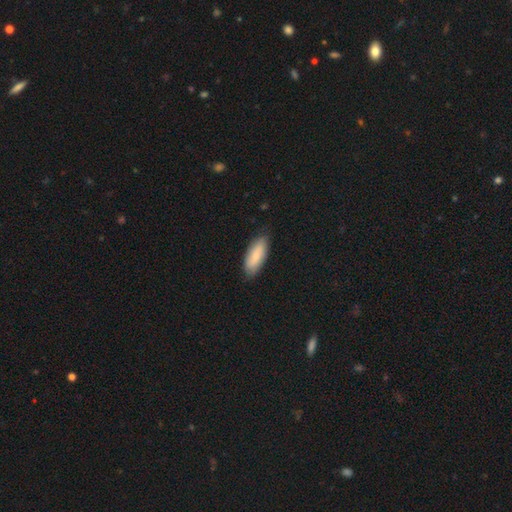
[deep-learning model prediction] Q: Smooth or featured?
A: smooth (81%); runner-up: featured or disk (14%)
Q: How rounded?
A: in between (75%); runner-up: cigar-shaped (24%)
Q: Merging?
A: none (81%); runner-up: minor disturbance (16%)